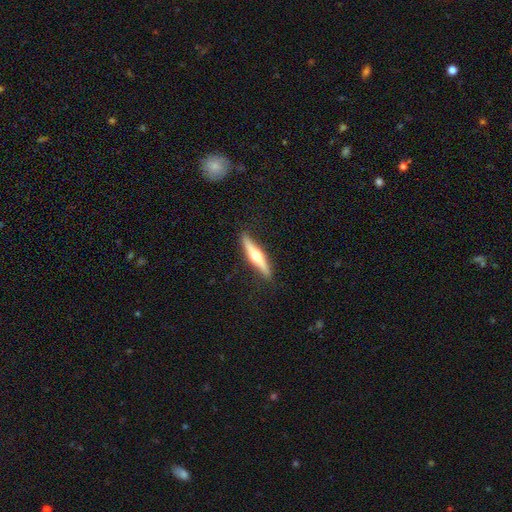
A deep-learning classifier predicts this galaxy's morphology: Smooth or featured: featured or disk — 63% (smooth — 32%)
Edge-on disk: yes — 96% (no — 4%)
Edge-on bulge: rounded — 93% (none — 4%)
Merging: none — 88% (minor disturbance — 9%)